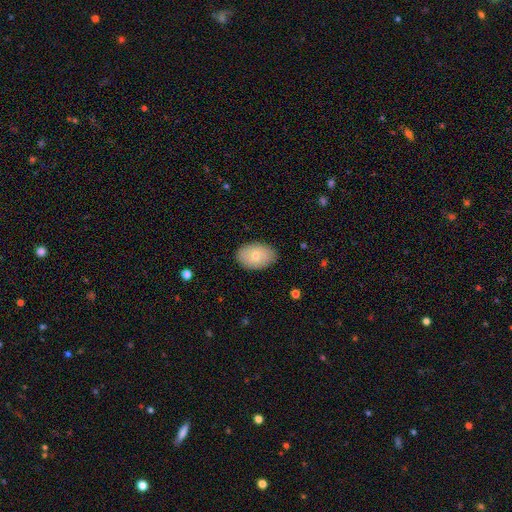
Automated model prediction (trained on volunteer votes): Morphology: type=smooth (74%); roundness=in between (88%); merging=none (85%).